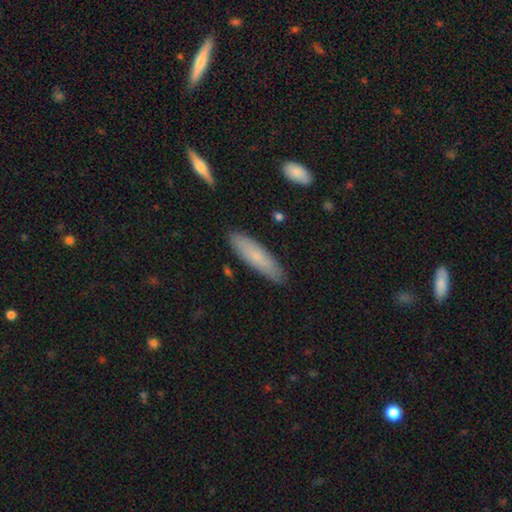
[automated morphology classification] The model was most divided on "how rounded": cigar-shaped: 68%, in between: 31%, round: 2%. More confident: merging — none (87%); smooth or featured — smooth (74%).